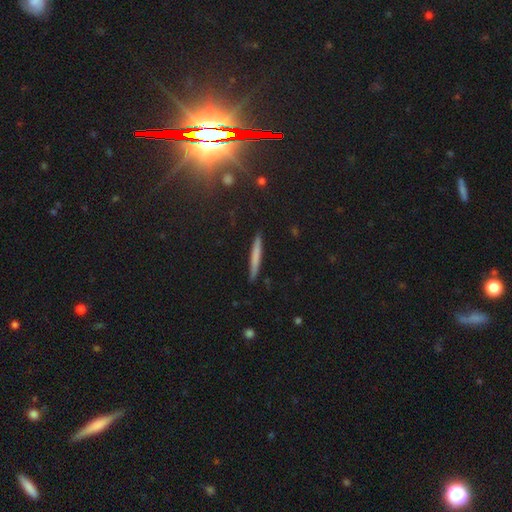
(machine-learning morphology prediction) Overall: smooth (63%; featured or disk 30%). How rounded: cigar-shaped (96%). Merging: none (89%).